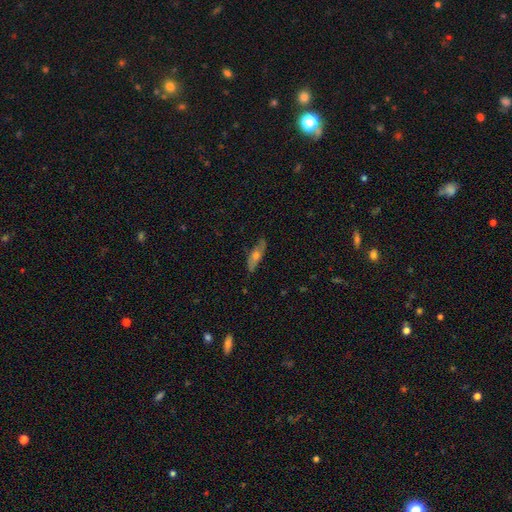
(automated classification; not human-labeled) smooth_or_featured: featured or disk (p=0.49) [alt: smooth p=0.42]
merging: none (p=0.80) [alt: minor disturbance p=0.15]